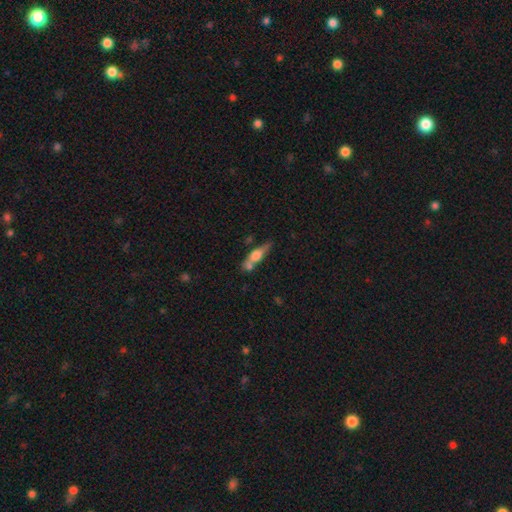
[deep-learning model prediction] Smooth or featured?
  - smooth: 47% *
  - featured or disk: 46%
  - star or artifact: 7%
Merging?
  - none: 50% *
  - merger: 26%
  - minor disturbance: 18%
  - major disturbance: 7%